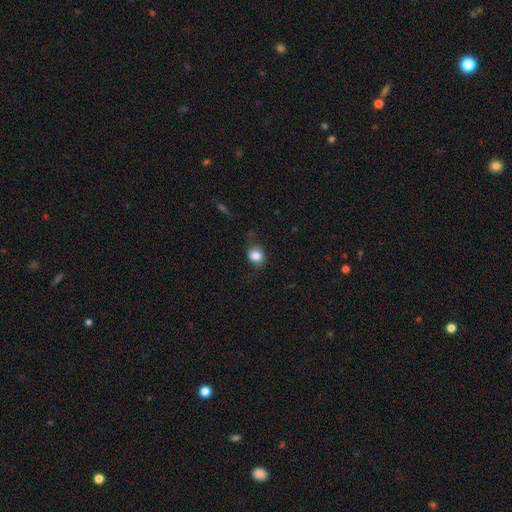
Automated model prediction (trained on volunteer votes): This appears to be a smooth galaxy with no disk features (83%) that is round (67%). Merging: none (70%).